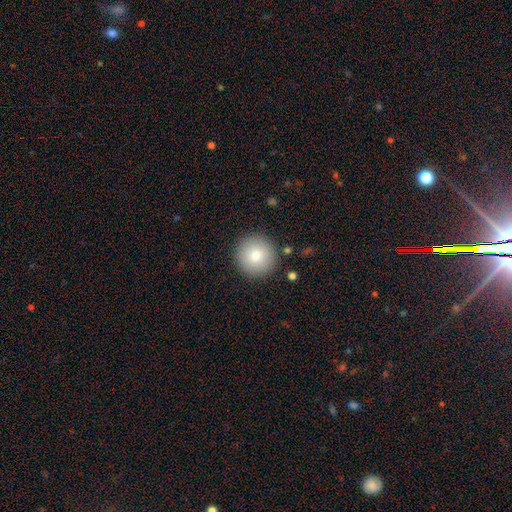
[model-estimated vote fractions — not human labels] This is clearly a smooth galaxy (81%). How rounded: clearly round (96%). Merging: clearly none (89%).